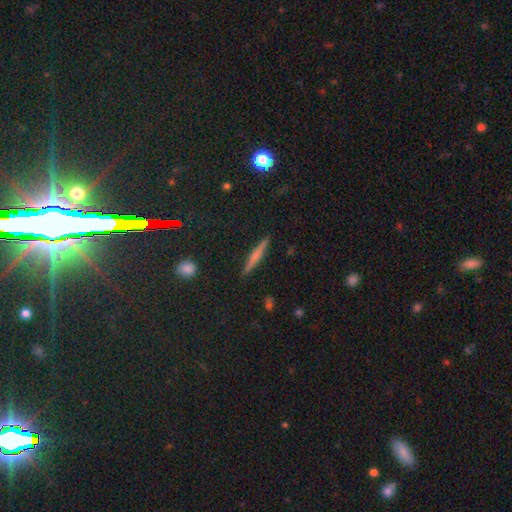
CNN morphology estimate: Smooth or featured? smooth (46%)
Merging? none (91%)